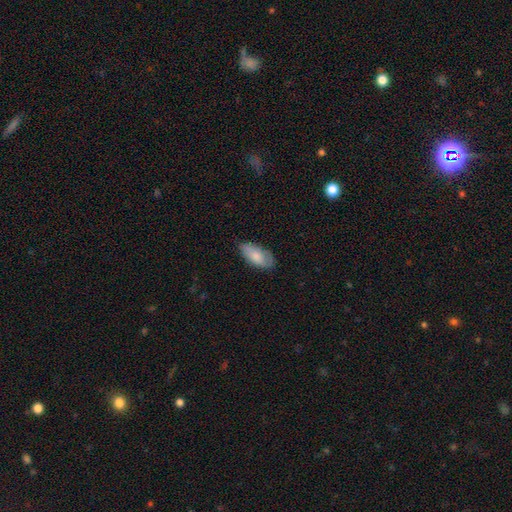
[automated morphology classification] Smooth or featured? smooth (80%)
How rounded? in between (91%)
Merging? none (74%)